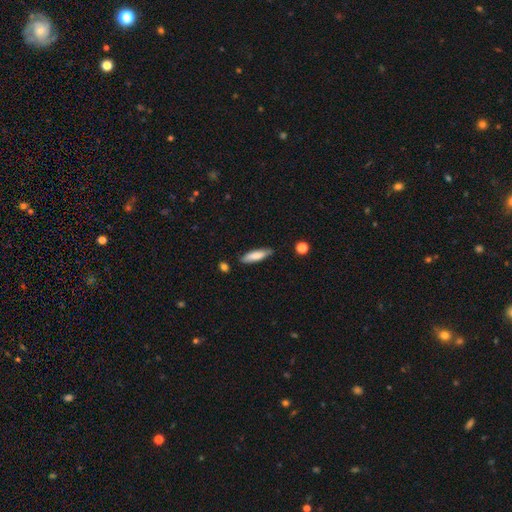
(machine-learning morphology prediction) Smooth or featured?
  - smooth: 79% *
  - featured or disk: 15%
  - star or artifact: 6%
How rounded?
  - cigar-shaped: 67% *
  - in between: 31%
  - round: 2%
Merging?
  - none: 82% *
  - minor disturbance: 14%
  - major disturbance: 2%
  - merger: 2%